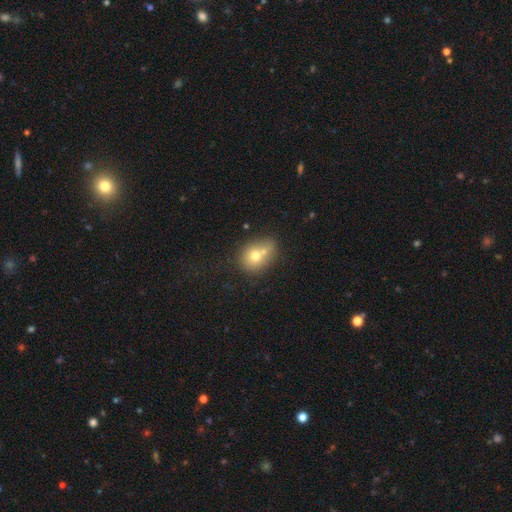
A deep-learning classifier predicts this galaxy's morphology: smooth_or_featured: smooth (p=0.68) [alt: featured or disk p=0.21]
how_rounded: round (p=0.59) [alt: in between p=0.40]
merging: merger (p=0.46) [alt: none p=0.36]